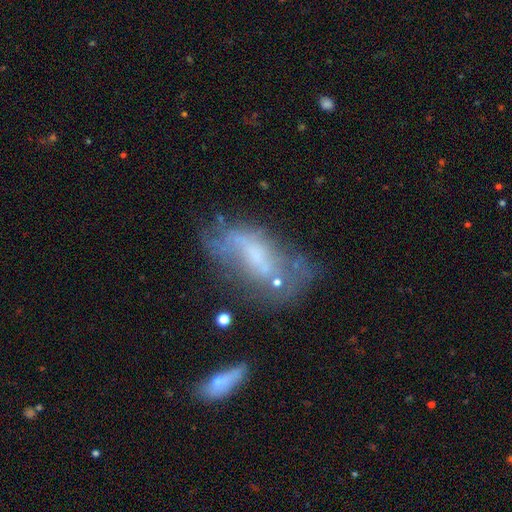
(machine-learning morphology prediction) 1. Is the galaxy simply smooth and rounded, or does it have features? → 52% featured or disk, 36% smooth, 12% star or artifact.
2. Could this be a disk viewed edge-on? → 89% no, 11% yes.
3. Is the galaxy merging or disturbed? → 34% none, 27% major disturbance, 24% minor disturbance, 15% merger.